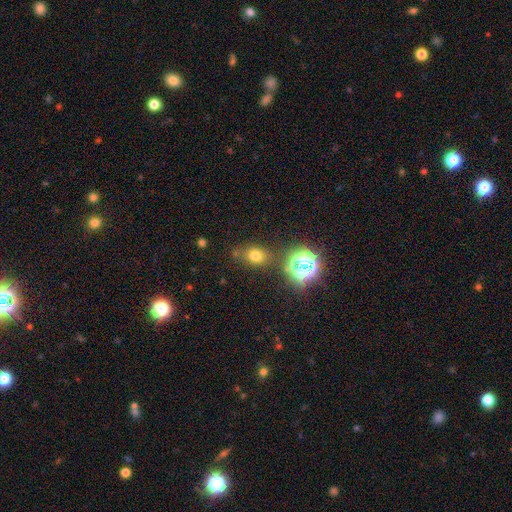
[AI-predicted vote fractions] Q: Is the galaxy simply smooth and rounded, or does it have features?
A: smooth — 66%.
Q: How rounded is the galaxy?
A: in between — 51%.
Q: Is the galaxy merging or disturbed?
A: none — 72%.